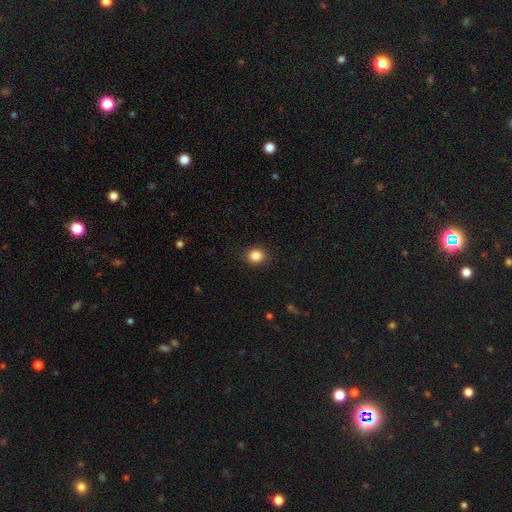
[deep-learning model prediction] A smooth galaxy with no disk features (86%) that is round (76%). Merging: none (89%).